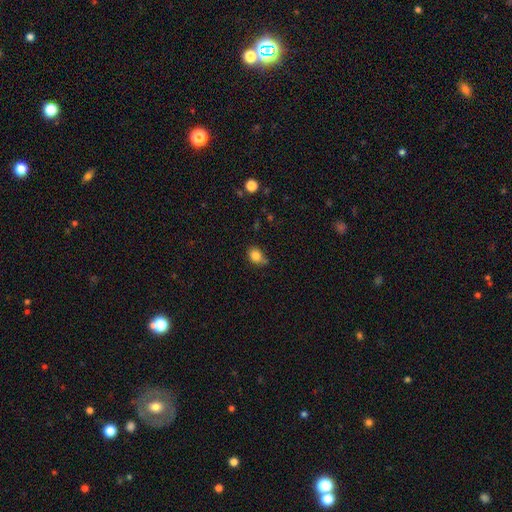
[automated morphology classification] The model was most divided on "how rounded": in between: 52%, round: 47%, cigar-shaped: 1%. More confident: smooth or featured — smooth (83%); merging — none (61%).